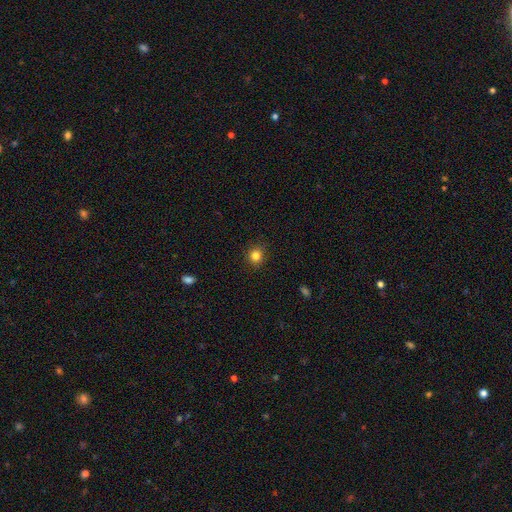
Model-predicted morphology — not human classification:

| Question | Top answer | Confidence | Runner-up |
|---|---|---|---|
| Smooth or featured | smooth | 83% | star or artifact (12%) |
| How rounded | round | 85% | in between (14%) |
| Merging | none | 90% | minor disturbance (7%) |